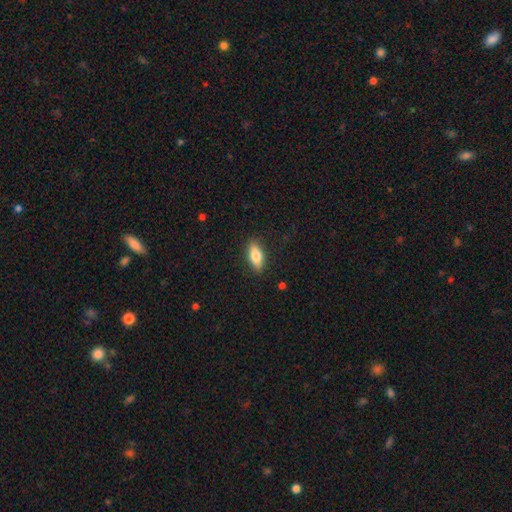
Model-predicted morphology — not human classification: Smooth or featured? smooth (76%)
How rounded? in between (77%)
Merging? none (88%)